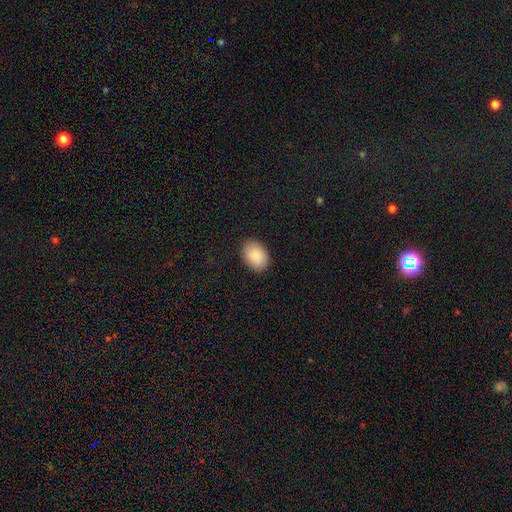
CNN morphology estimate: Smooth or featured? Predicted: smooth (p=0.90). How rounded? Predicted: in between (p=0.80). Merging? Predicted: none (p=0.88).